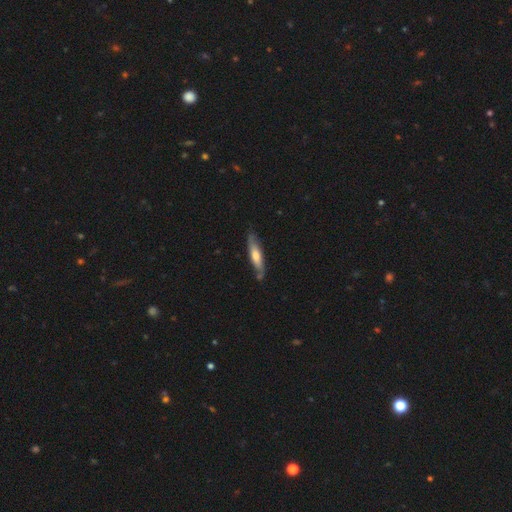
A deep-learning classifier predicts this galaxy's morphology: This is possibly a smooth galaxy (51%). How rounded: likely cigar-shaped (76%). Merging: likely none (75%).